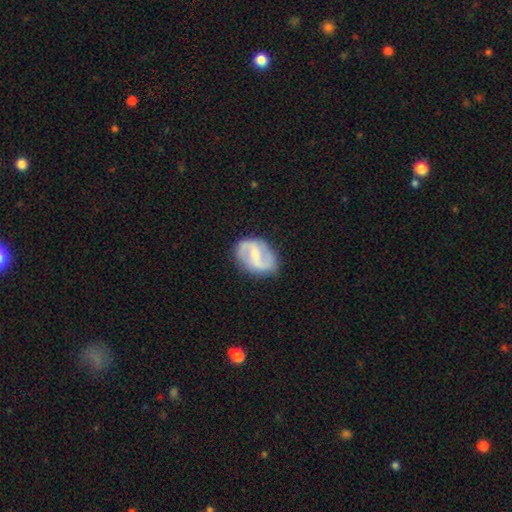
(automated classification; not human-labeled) Smooth or featured?
  - featured or disk: 80% *
  - smooth: 15%
  - star or artifact: 5%
Edge-on disk?
  - no: 97% *
  - yes: 3%
Bar?
  - weak: 50% *
  - strong: 26%
  - no: 23%
Spiral arms?
  - yes: 93% *
  - no: 7%
Spiral winding?
  - medium: 44% *
  - loose: 41%
  - tight: 15%
Spiral arm count?
  - 2: 91% *
  - can't tell: 4%
  - 1: 2%
  - 3: 1%
  - 4: 1%
  - more than 4: 1%
Bulge size?
  - small: 48% *
  - moderate: 39%
  - none: 9%
  - large: 3%
  - dominant: 1%
Merging?
  - none: 81% *
  - minor disturbance: 13%
  - major disturbance: 4%
  - merger: 1%